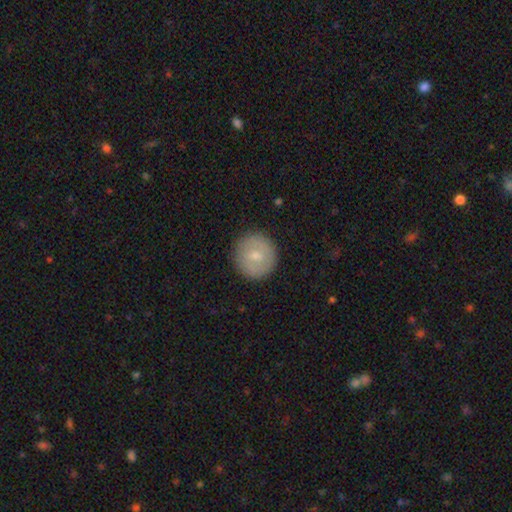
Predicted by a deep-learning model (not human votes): A smooth galaxy with no disk features (65%) that is round (93%).

Vote fractions:
- Smooth or featured? smooth: 65% / featured or disk: 28% / star or artifact: 7%
- How rounded? round: 93% / in between: 6% / cigar-shaped: 1%
- Merging? none: 89% / minor disturbance: 8% / major disturbance: 2% / merger: 1%